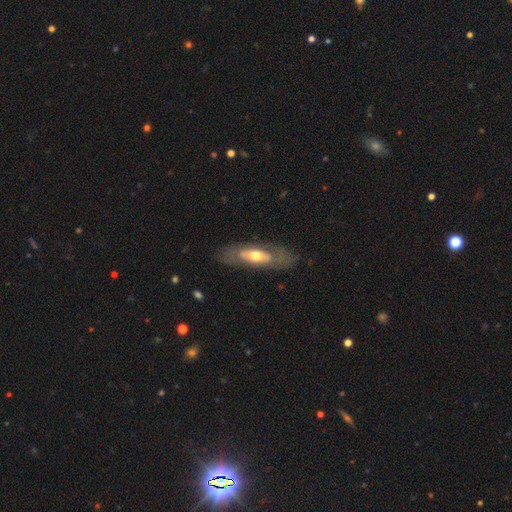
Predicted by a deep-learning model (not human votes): The model was most divided on "smooth or featured": featured or disk: 55%, smooth: 39%, star or artifact: 5%. More confident: merging — none (73%); edge-on disk — no (70%).